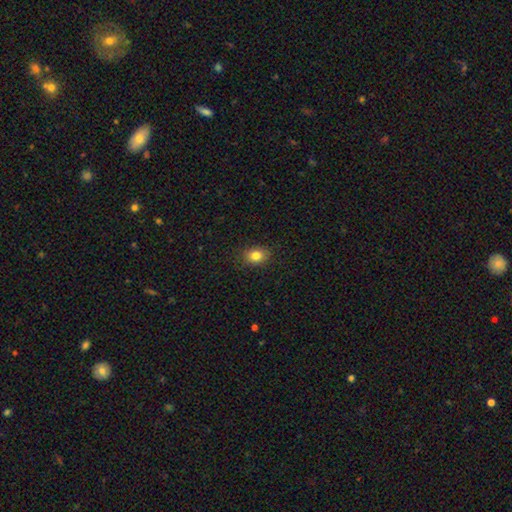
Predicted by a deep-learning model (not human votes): This appears to be a smooth galaxy with no disk features (82%) that is in between round and cigar-shaped (55%). Merging: none (87%).